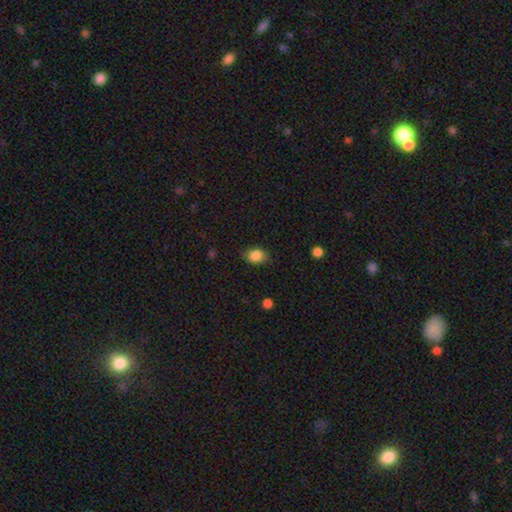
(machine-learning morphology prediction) The model was most divided on "how rounded": in between: 57%, round: 42%, cigar-shaped: 1%. More confident: smooth or featured — smooth (85%); merging — none (75%).